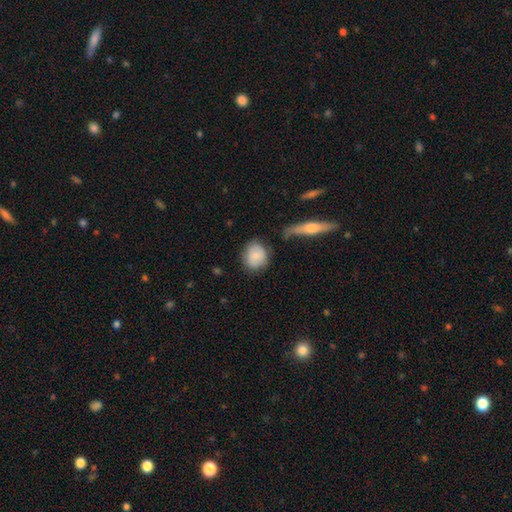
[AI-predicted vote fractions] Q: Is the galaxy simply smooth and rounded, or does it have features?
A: smooth — 78%.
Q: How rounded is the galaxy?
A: round — 64%.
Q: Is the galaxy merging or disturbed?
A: none — 68%.